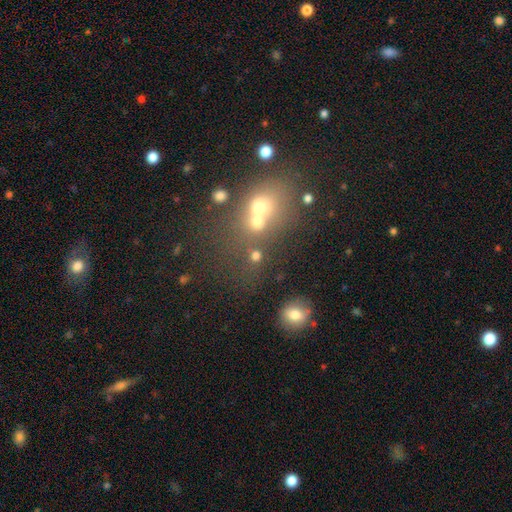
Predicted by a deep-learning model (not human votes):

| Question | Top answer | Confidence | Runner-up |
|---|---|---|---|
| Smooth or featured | smooth | 69% | star or artifact (19%) |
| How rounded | round | 78% | in between (20%) |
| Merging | none | 50% | merger (36%) |